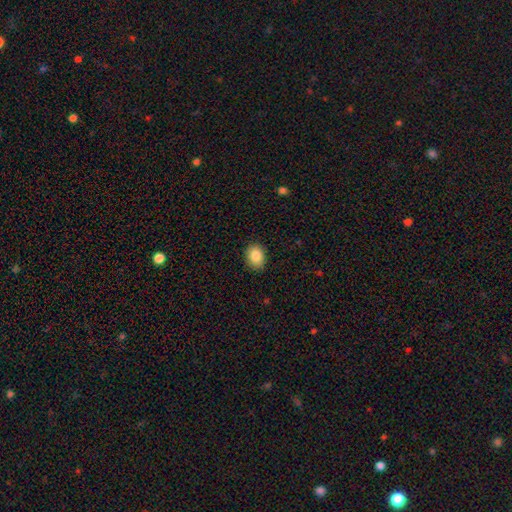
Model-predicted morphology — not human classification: Smooth or featured: smooth — 86% (star or artifact — 8%)
How rounded: in between — 61% (round — 38%)
Merging: none — 88% (minor disturbance — 9%)